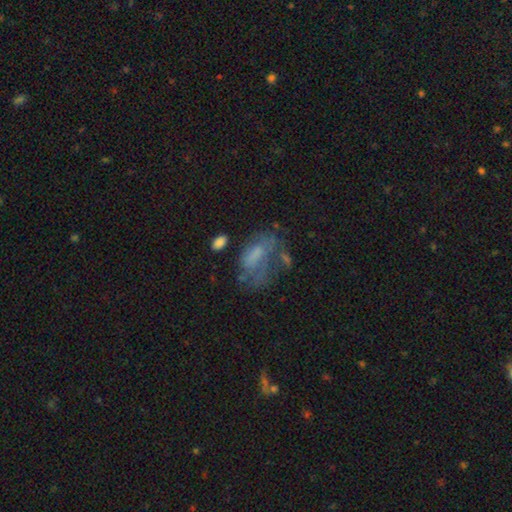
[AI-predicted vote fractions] This is possibly a smooth galaxy (48%). Merging: marginally major disturbance (39%).